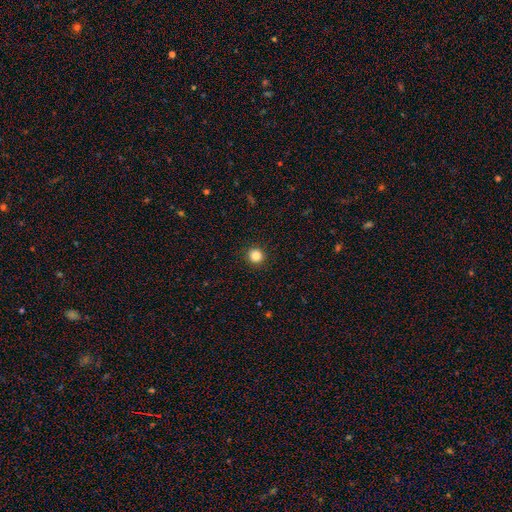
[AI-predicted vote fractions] Smooth or featured: smooth — 85% (star or artifact — 11%)
How rounded: round — 95% (in between — 4%)
Merging: none — 93% (minor disturbance — 5%)